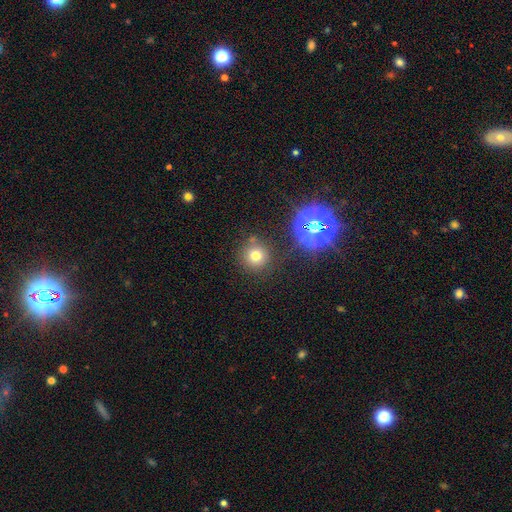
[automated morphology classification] smooth-or-featured: smooth: 69% | star or artifact: 22% | featured or disk: 9%
  how-rounded: round: 94% | in between: 5% | cigar-shaped: 1%
  merging: none: 81% | minor disturbance: 9% | merger: 7% | major disturbance: 4%